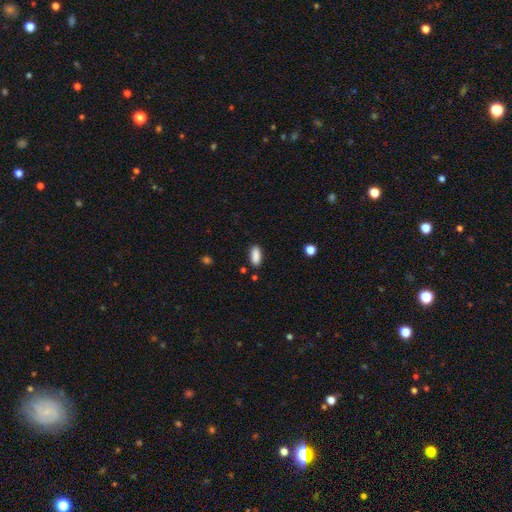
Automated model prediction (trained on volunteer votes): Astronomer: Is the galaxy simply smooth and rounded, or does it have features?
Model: smooth — 89%.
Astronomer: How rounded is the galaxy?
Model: in between — 85%.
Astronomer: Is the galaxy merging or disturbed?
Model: none — 86%.